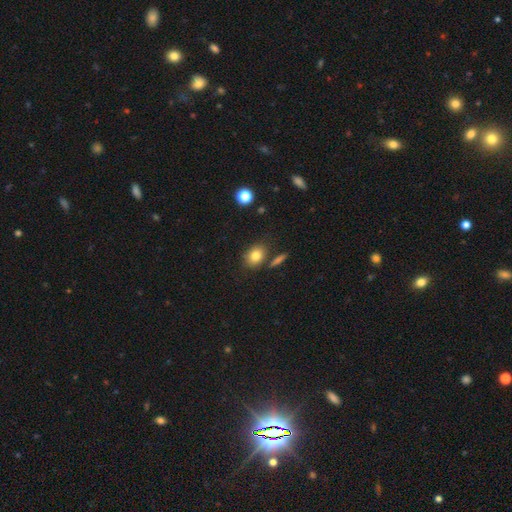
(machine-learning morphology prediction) A smooth galaxy with no disk features (81%) that is in between round and cigar-shaped (60%).

Vote fractions:
- Smooth or featured? smooth: 81% / star or artifact: 10% / featured or disk: 9%
- How rounded? in between: 60% / round: 38% / cigar-shaped: 2%
- Merging? none: 74% / minor disturbance: 13% / merger: 9% / major disturbance: 4%